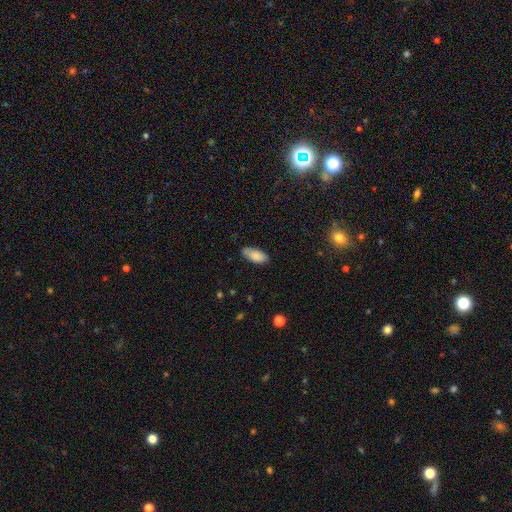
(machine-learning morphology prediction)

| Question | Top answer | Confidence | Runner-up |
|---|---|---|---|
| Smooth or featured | smooth | 86% | featured or disk (8%) |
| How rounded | in between | 87% | cigar-shaped (11%) |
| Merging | none | 78% | minor disturbance (18%) |